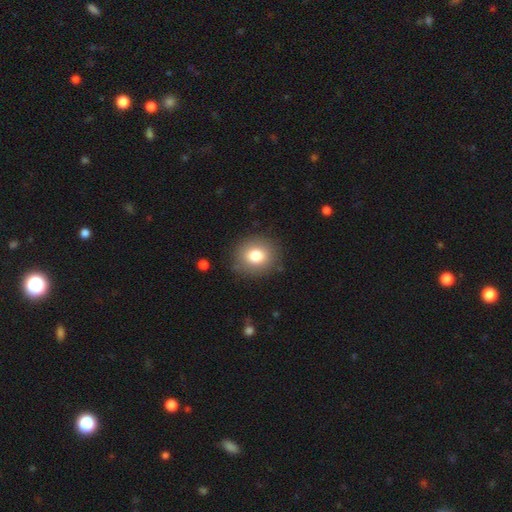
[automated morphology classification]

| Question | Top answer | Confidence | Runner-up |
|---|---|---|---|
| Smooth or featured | smooth | 79% | featured or disk (11%) |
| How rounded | round | 82% | in between (17%) |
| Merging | none | 87% | minor disturbance (9%) |